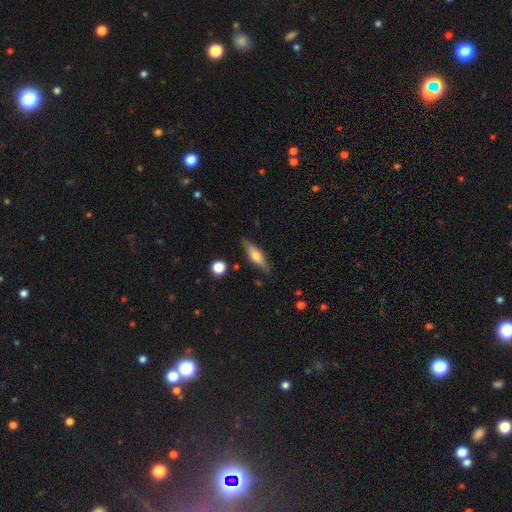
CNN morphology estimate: smooth-or-featured: featured or disk: 48% | smooth: 45% | star or artifact: 7%
  merging: none: 84% | minor disturbance: 12% | major disturbance: 3% | merger: 2%